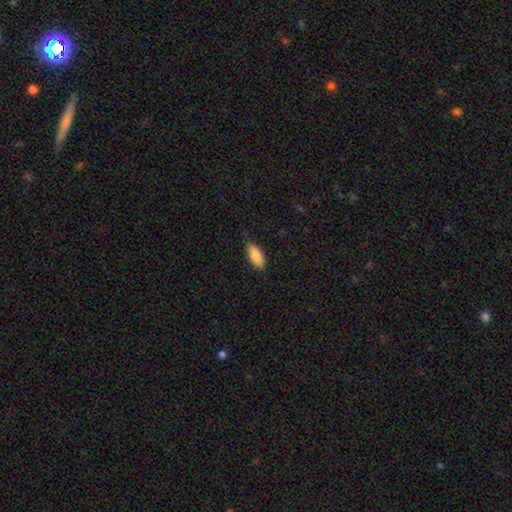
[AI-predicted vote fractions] Smooth or featured: smooth — 87% (featured or disk — 7%)
How rounded: in between — 82% (cigar-shaped — 17%)
Merging: none — 86% (minor disturbance — 11%)